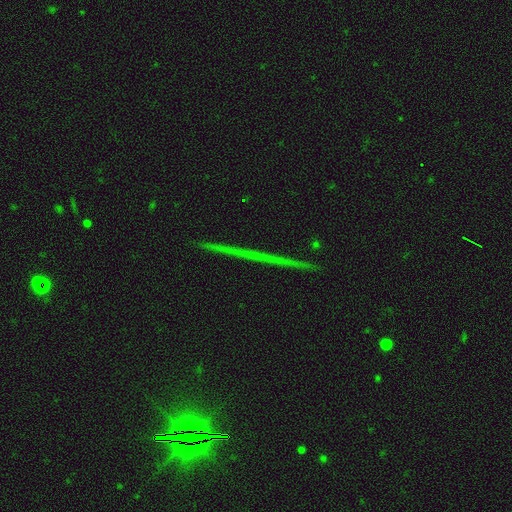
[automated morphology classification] featured or disk 42%, star or artifact 41%, smooth 17%. Down the decision tree: merging — none (91%).